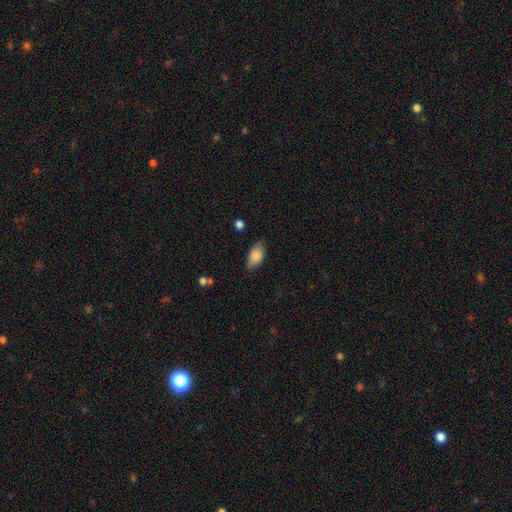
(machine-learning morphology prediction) type=smooth (82%); roundness=in between (92%); merging=none (76%).